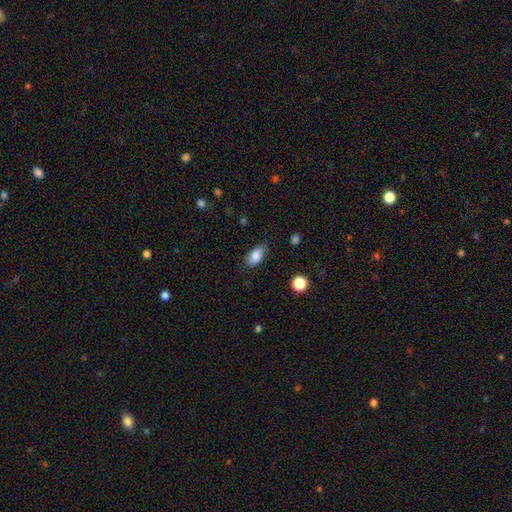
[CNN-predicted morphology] A smooth galaxy with no disk features (86%) that is in between round and cigar-shaped (91%).

Vote fractions:
- Smooth or featured? smooth: 86% / star or artifact: 8% / featured or disk: 7%
- How rounded? in between: 91% / round: 5% / cigar-shaped: 4%
- Merging? none: 79% / minor disturbance: 16% / major disturbance: 4% / merger: 1%